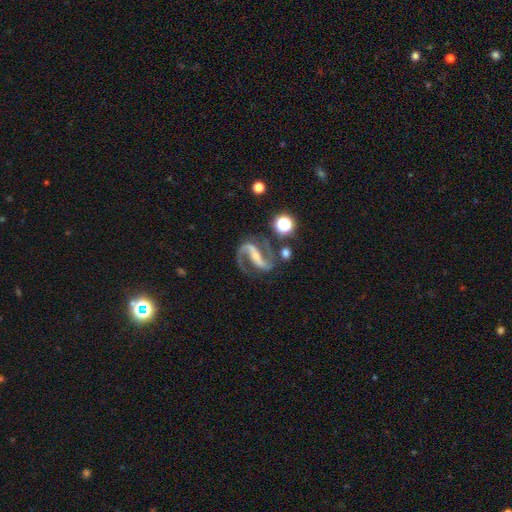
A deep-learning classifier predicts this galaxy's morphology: The model was most divided on "spiral winding": medium: 55%, loose: 28%, tight: 16%. More confident: spiral arms — yes (98%); edge-on disk — no (97%); spiral arm count — 2 (93%); smooth or featured — featured or disk (91%); merging — none (74%); bar — strong (69%); bulge size — small (65%).